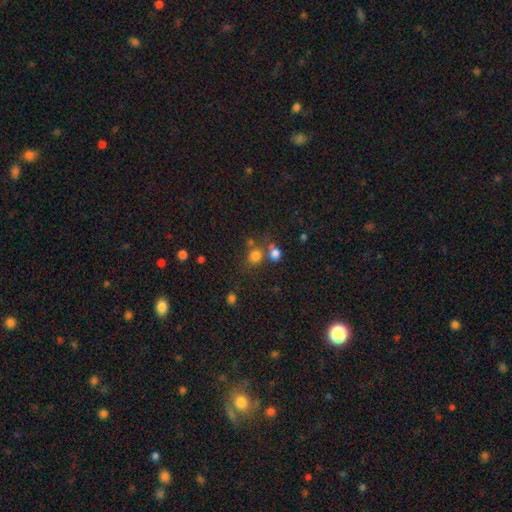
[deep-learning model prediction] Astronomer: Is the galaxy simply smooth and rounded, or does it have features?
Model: smooth — 76%.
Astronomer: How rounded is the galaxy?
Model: round — 75%.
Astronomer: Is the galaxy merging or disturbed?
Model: none — 55%.